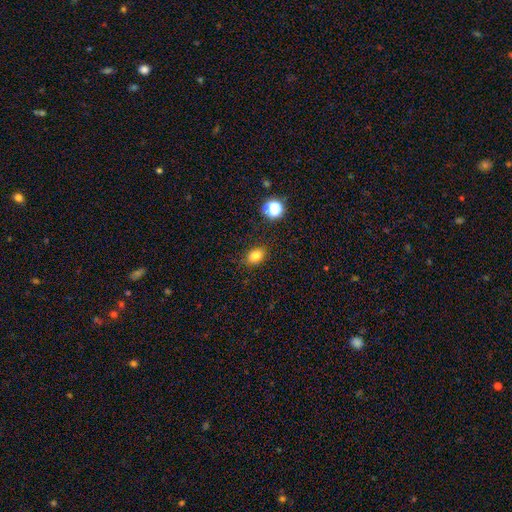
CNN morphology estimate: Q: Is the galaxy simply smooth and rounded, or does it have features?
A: smooth — 80%.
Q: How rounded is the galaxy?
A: in between — 68%.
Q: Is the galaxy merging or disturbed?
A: none — 84%.